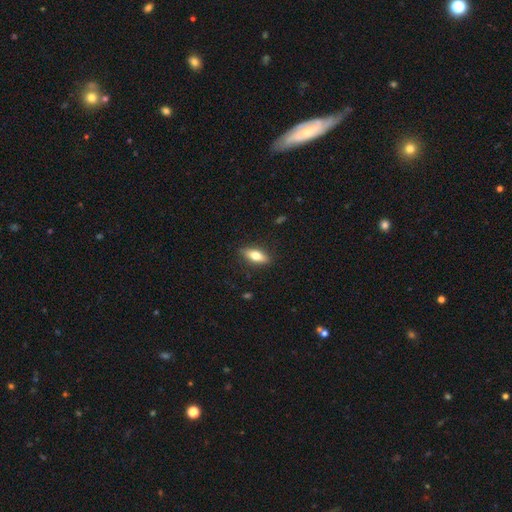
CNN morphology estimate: Smooth or featured?
  - smooth: 69% *
  - featured or disk: 24%
  - star or artifact: 7%
How rounded?
  - in between: 73% *
  - cigar-shaped: 23%
  - round: 4%
Merging?
  - none: 87% *
  - minor disturbance: 9%
  - major disturbance: 2%
  - merger: 1%